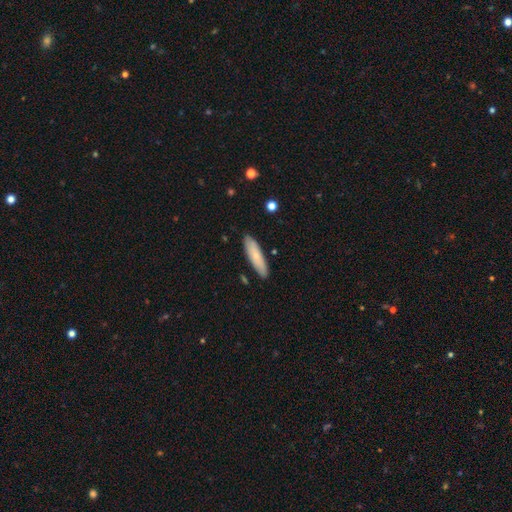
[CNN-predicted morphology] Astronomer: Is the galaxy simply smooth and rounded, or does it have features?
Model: smooth — 75%.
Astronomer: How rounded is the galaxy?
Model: cigar-shaped — 69%.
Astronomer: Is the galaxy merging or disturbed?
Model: none — 87%.